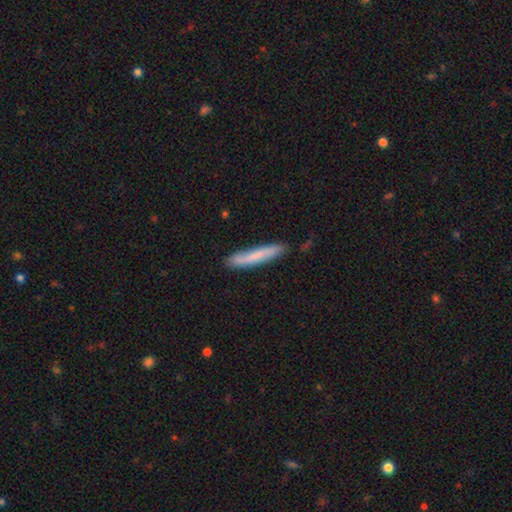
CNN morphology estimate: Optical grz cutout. It shows a smooth galaxy with no disk features (70%) that is cigar-shaped (94%). Merging: none (79%).